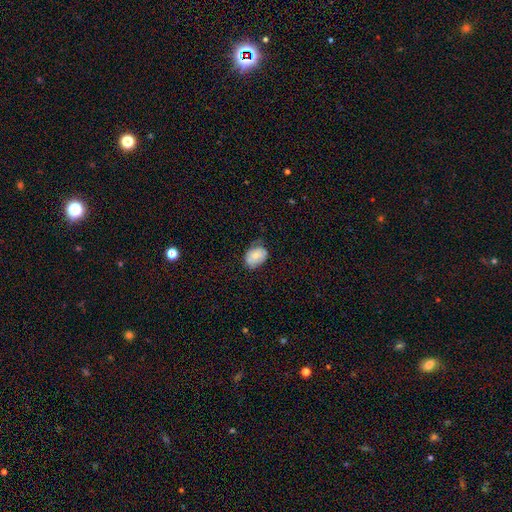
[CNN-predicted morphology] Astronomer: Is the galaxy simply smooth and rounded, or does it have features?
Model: smooth — 70%.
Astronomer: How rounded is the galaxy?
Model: in between — 74%.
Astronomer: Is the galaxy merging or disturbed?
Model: none — 48% (runner-up: minor disturbance, 36%).